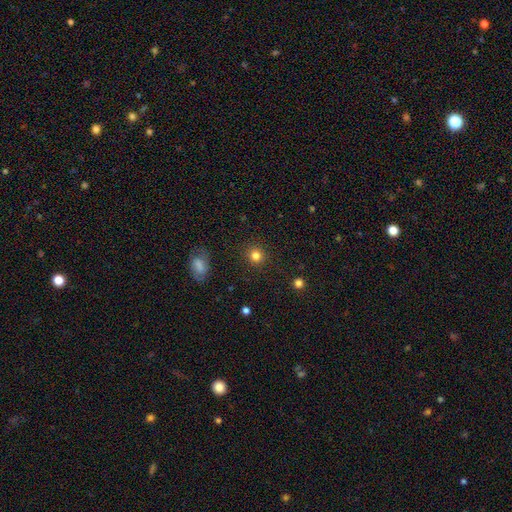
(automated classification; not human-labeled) This is clearly a smooth galaxy (83%). How rounded: clearly round (92%). Merging: clearly none (90%).